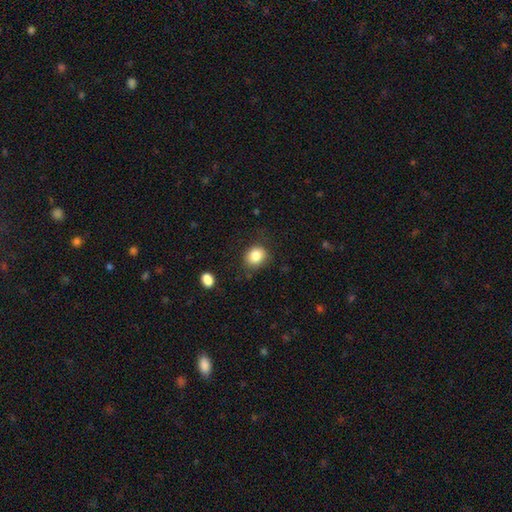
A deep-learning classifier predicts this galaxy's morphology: Q: Smooth or featured?
A: smooth (84%); runner-up: star or artifact (10%)
Q: How rounded?
A: round (67%); runner-up: in between (32%)
Q: Merging?
A: none (77%); runner-up: minor disturbance (16%)